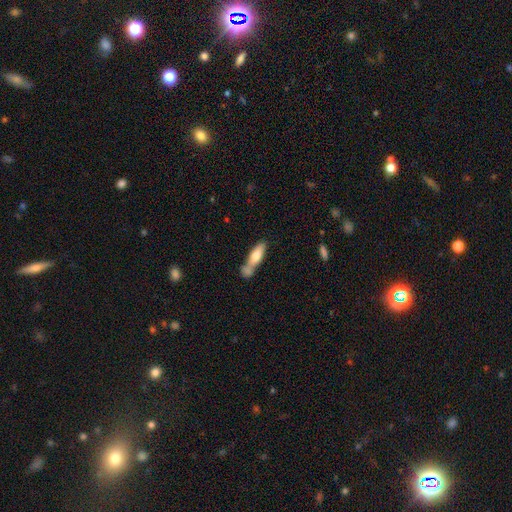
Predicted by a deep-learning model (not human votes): Q: Smooth or featured?
A: smooth (67%); runner-up: featured or disk (27%)
Q: How rounded?
A: cigar-shaped (57%); runner-up: in between (41%)
Q: Merging?
A: merger (41%); runner-up: none (38%)